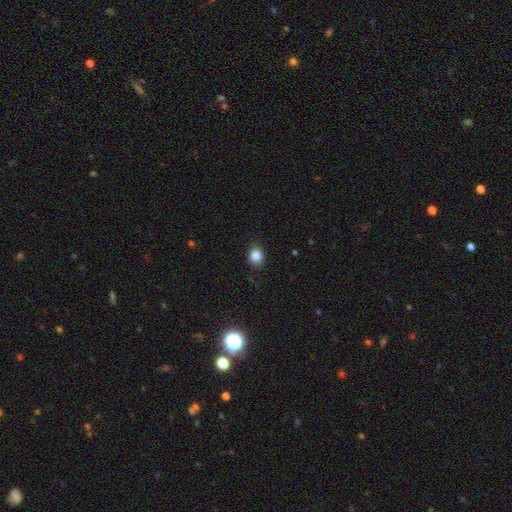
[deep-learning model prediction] The model was most divided on "how rounded": round: 66%, in between: 33%, cigar-shaped: 1%. More confident: merging — none (87%); smooth or featured — smooth (84%).